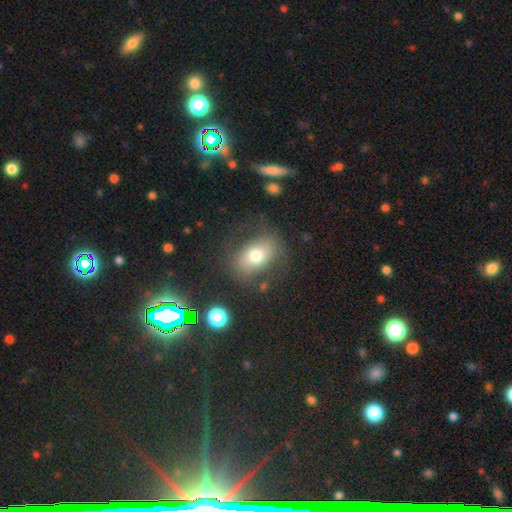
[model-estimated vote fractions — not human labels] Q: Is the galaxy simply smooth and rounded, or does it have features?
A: smooth — 64%.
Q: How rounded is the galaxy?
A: in between — 75%.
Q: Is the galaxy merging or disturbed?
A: none — 66%.